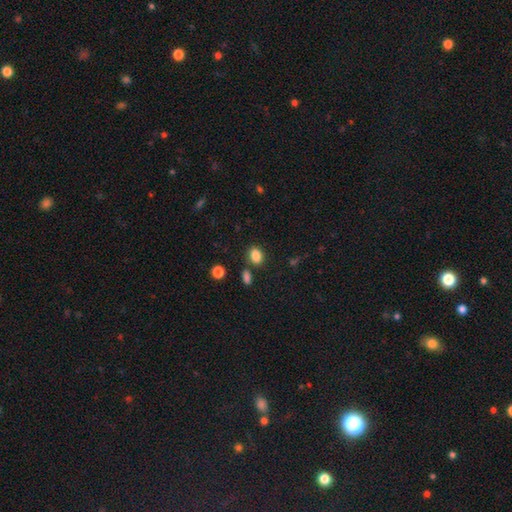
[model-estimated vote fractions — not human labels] Smooth or featured? smooth (85%)
How rounded? in between (69%)
Merging? none (78%)